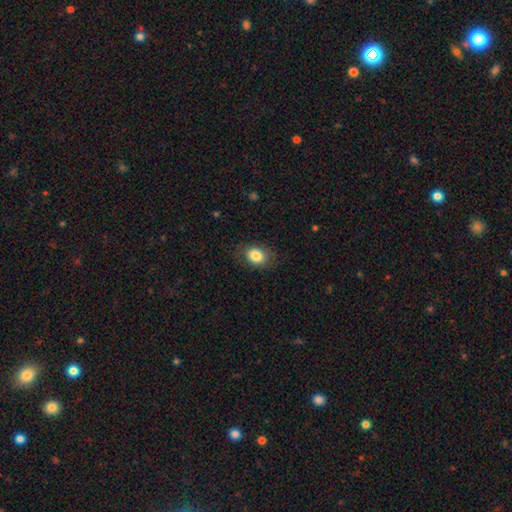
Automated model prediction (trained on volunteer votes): Q: Smooth or featured?
A: smooth (83%); runner-up: featured or disk (9%)
Q: How rounded?
A: in between (69%); runner-up: round (30%)
Q: Merging?
A: none (80%); runner-up: minor disturbance (14%)